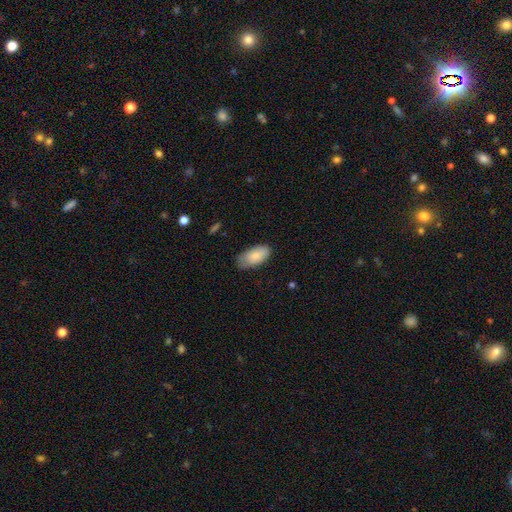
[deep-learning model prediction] Morphology: type=smooth (83%); roundness=in between (94%); merging=none (72%).